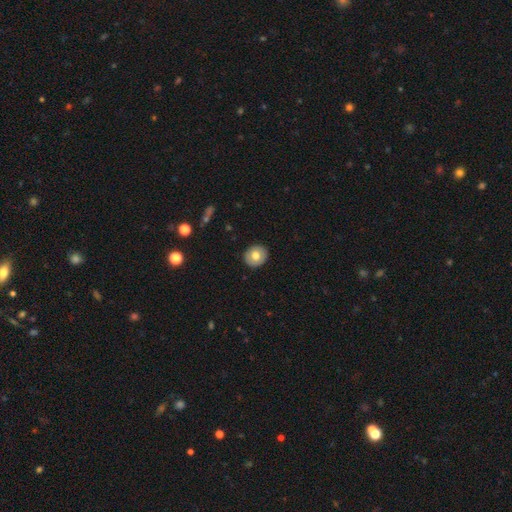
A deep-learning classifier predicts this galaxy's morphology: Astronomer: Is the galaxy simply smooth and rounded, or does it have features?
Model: smooth — 74%.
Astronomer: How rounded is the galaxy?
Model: round — 82%.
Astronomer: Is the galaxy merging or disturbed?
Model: none — 91%.